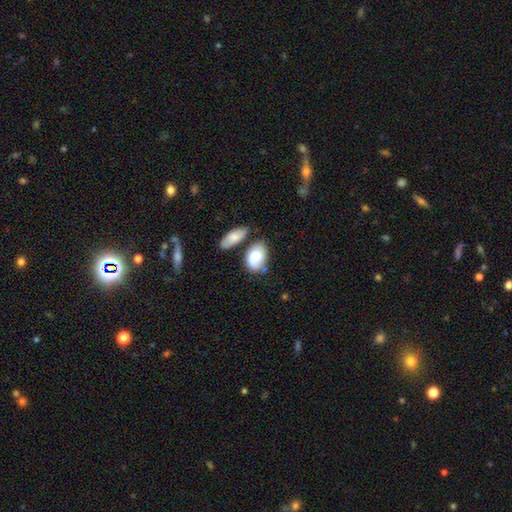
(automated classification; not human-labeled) A smooth galaxy with no disk features (72%) that is in between round and cigar-shaped (86%).

Vote fractions:
- Smooth or featured? smooth: 72% / featured or disk: 22% / star or artifact: 6%
- How rounded? in between: 86% / round: 12% / cigar-shaped: 2%
- Merging? none: 49% / minor disturbance: 23% / merger: 21% / major disturbance: 7%